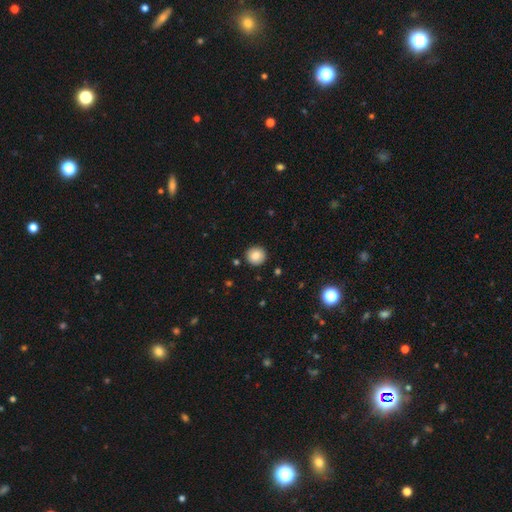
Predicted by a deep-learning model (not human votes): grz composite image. It shows a smooth galaxy with no disk features (85%) that is round (94%). Merging: none (91%).